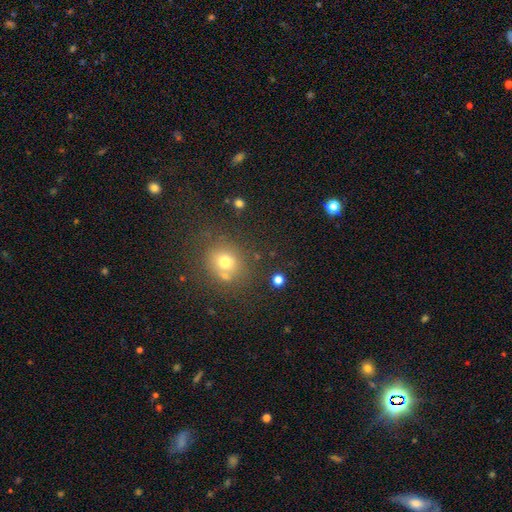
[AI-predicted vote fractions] A smooth galaxy with no disk features (56%) that is round (83%). Merging: none (82%).